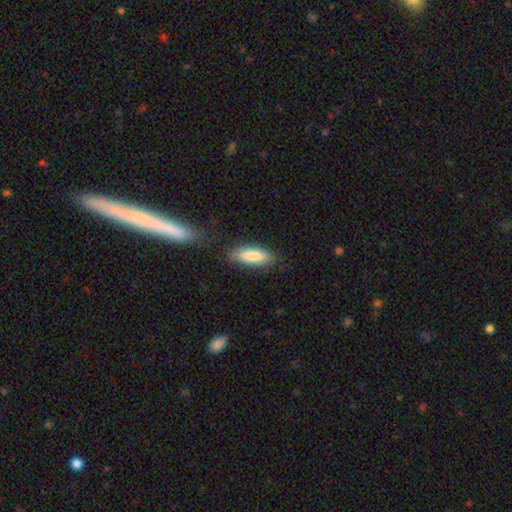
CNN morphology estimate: type=smooth (86%); roundness=in between (57%); merging=none (79%).